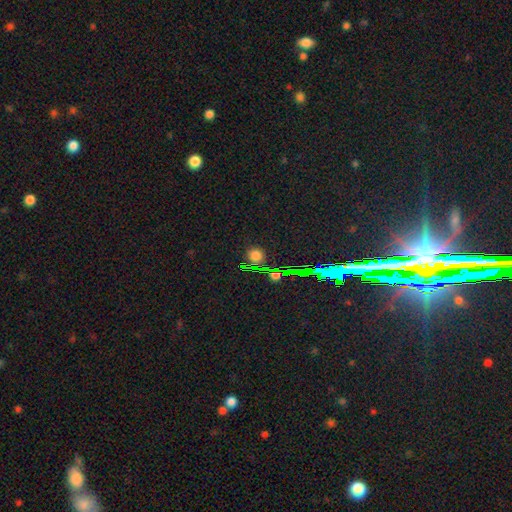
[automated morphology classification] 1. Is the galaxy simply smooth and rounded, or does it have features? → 64% smooth, 29% star or artifact, 6% featured or disk.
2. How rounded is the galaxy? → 89% round, 10% in between, 2% cigar-shaped.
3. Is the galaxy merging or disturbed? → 86% none, 8% minor disturbance, 3% major disturbance, 3% merger.